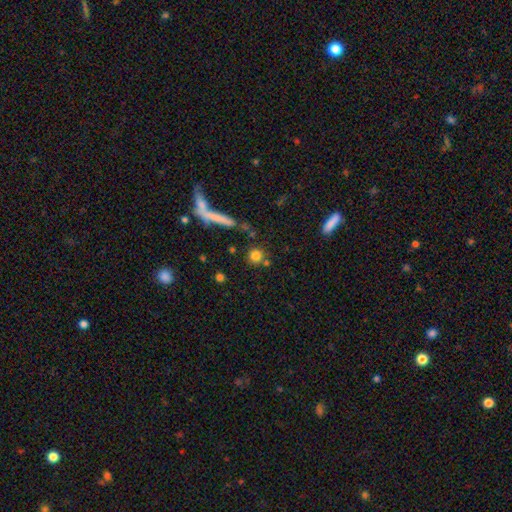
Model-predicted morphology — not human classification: Smooth or featured: smooth — 79% (star or artifact — 12%)
How rounded: round — 86% (in between — 9%)
Merging: none — 77% (merger — 12%)